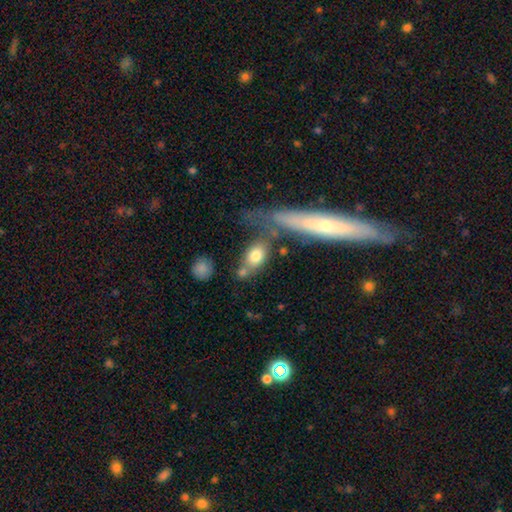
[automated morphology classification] smooth 75%, featured or disk 18%, star or artifact 8%. Down the decision tree: how rounded — in between (73%); merging — none (45%).